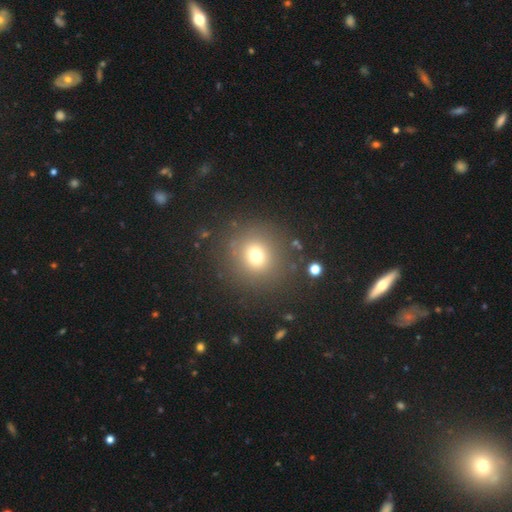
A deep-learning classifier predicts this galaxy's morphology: A smooth galaxy with no disk features (72%) that is round (91%). Merging: none (85%).